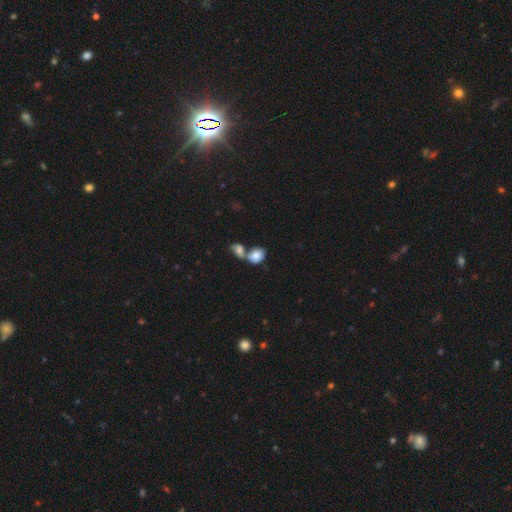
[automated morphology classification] Smooth or featured?
  - smooth: 79% *
  - featured or disk: 13%
  - star or artifact: 8%
How rounded?
  - in between: 63% *
  - round: 36%
  - cigar-shaped: 2%
Merging?
  - merger: 62% *
  - none: 25%
  - minor disturbance: 8%
  - major disturbance: 5%